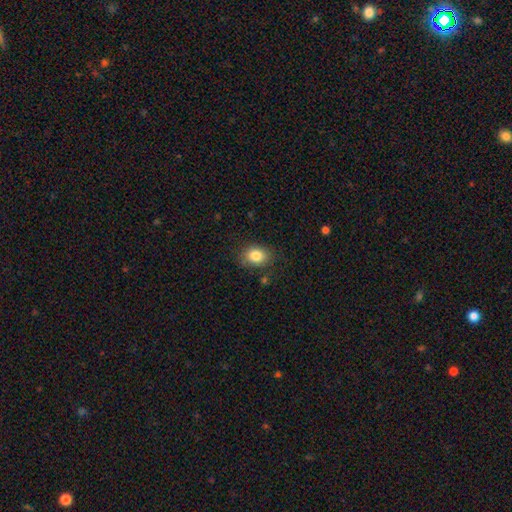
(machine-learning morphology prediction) type=smooth (84%); roundness=in between (61%); merging=none (80%).